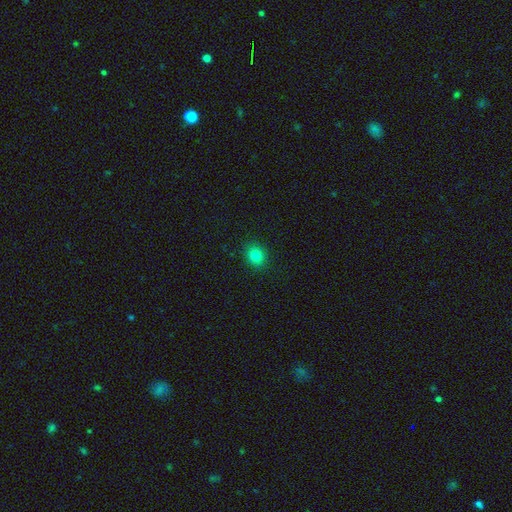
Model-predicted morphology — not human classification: A smooth galaxy with no disk features (82%) that is round (71%).

Vote fractions:
- Smooth or featured? smooth: 82% / star or artifact: 13% / featured or disk: 6%
- How rounded? round: 71% / in between: 28% / cigar-shaped: 1%
- Merging? none: 90% / minor disturbance: 7% / major disturbance: 2% / merger: 1%